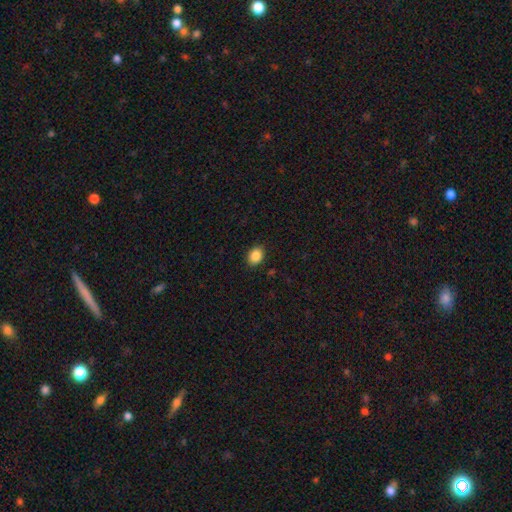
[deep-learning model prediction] smooth-or-featured: smooth: 87% | star or artifact: 9% | featured or disk: 4%
  how-rounded: in between: 63% | round: 36% | cigar-shaped: 1%
  merging: none: 89% | minor disturbance: 8% | major disturbance: 2% | merger: 1%